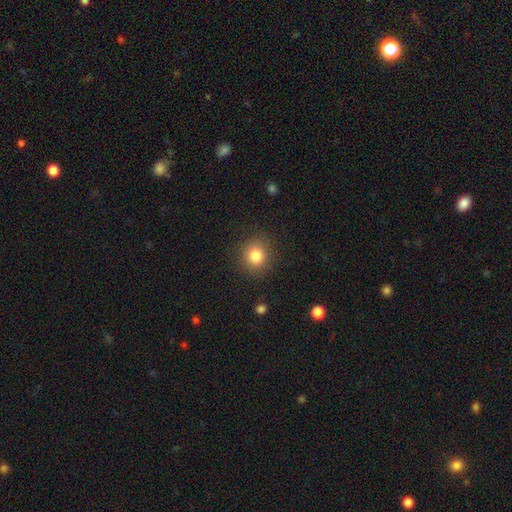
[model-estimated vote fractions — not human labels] Smooth or featured? smooth (82%)
How rounded? round (87%)
Merging? none (88%)